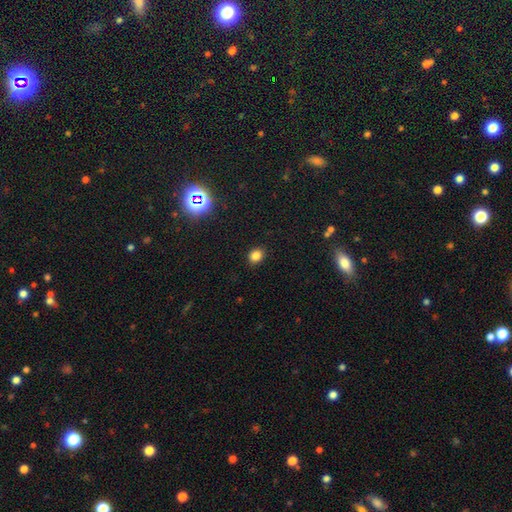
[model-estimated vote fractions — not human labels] Smooth or featured? smooth (81%)
How rounded? round (57%)
Merging? none (89%)